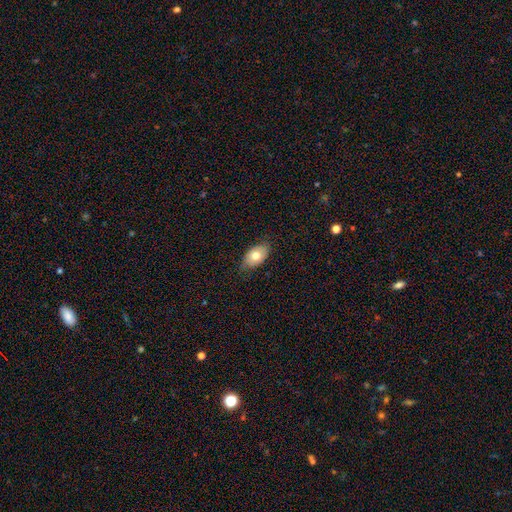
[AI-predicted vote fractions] The model was most divided on "smooth or featured": smooth: 73%, featured or disk: 20%, star or artifact: 7%. More confident: how rounded — in between (91%); merging — none (78%).